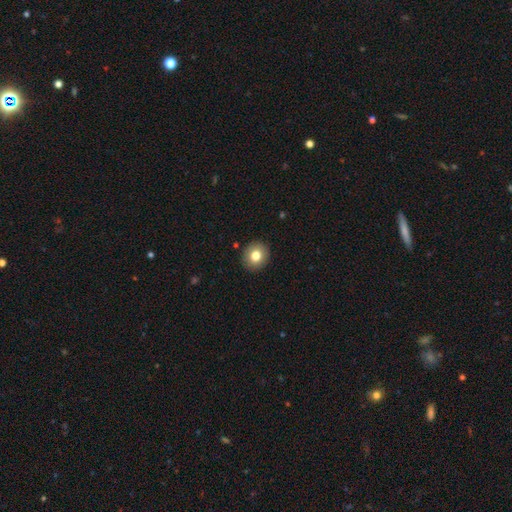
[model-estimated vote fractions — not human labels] Smooth or featured?
  - smooth: 79% *
  - featured or disk: 12%
  - star or artifact: 10%
How rounded?
  - round: 79% *
  - in between: 20%
  - cigar-shaped: 1%
Merging?
  - none: 91% *
  - minor disturbance: 6%
  - major disturbance: 2%
  - merger: 1%